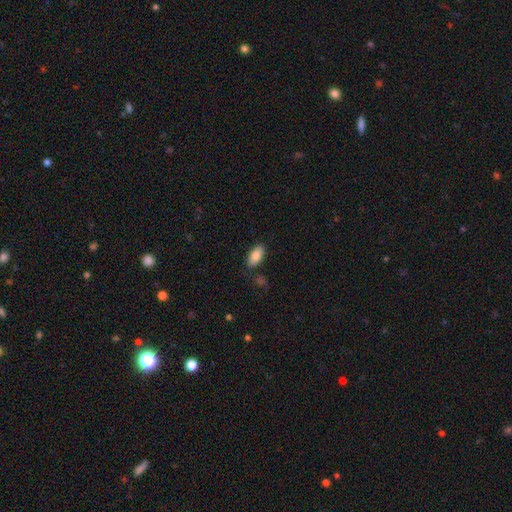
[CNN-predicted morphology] Smooth or featured?
  - smooth: 85% *
  - featured or disk: 8%
  - star or artifact: 7%
How rounded?
  - in between: 92% *
  - cigar-shaped: 6%
  - round: 2%
Merging?
  - none: 83% *
  - minor disturbance: 12%
  - merger: 3%
  - major disturbance: 3%